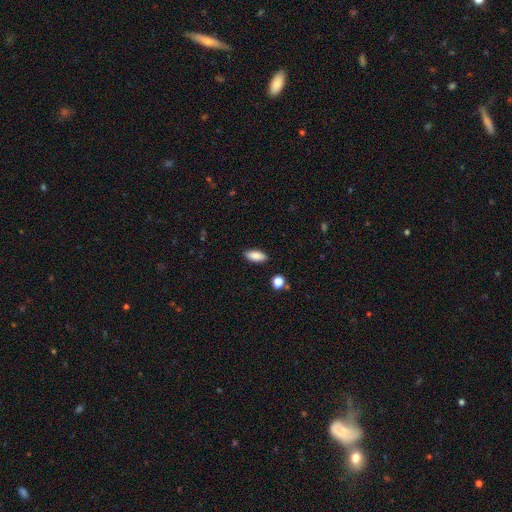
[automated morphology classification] smooth 87%, star or artifact 7%, featured or disk 6%. Down the decision tree: how rounded — in between (81%); merging — none (88%).